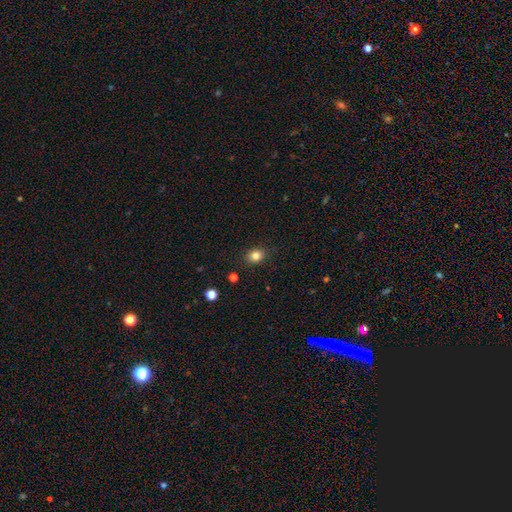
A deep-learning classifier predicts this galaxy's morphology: A smooth galaxy with no disk features (83%) that is round (55%).

Vote fractions:
- Smooth or featured? smooth: 83% / star or artifact: 11% / featured or disk: 6%
- How rounded? round: 55% / in between: 44% / cigar-shaped: 1%
- Merging? none: 88% / minor disturbance: 9% / major disturbance: 2% / merger: 1%